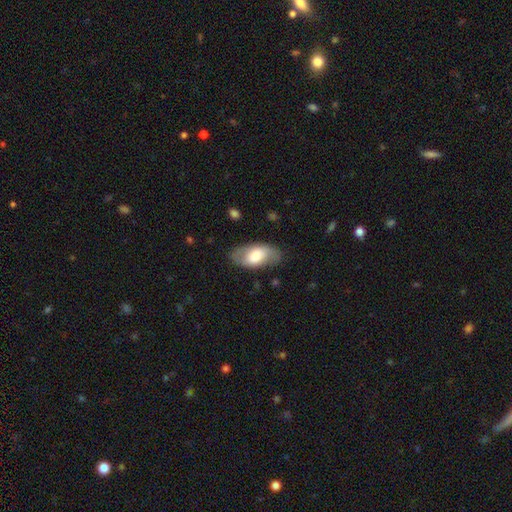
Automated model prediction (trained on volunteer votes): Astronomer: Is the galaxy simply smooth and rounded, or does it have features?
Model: smooth — 60%.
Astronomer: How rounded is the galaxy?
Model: in between — 93%.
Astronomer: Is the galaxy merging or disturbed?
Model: none — 76%.